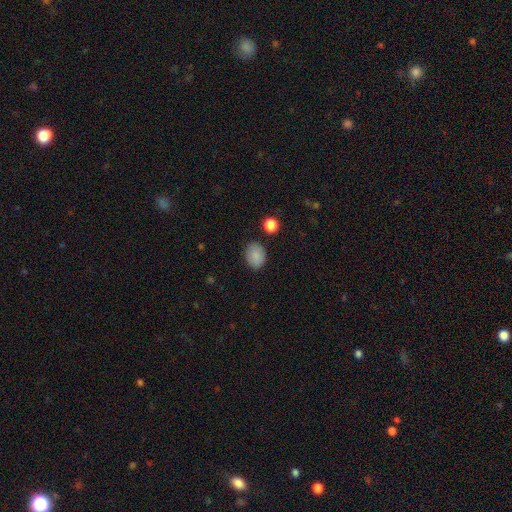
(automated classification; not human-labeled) smooth_or_featured: smooth (p=0.87) [alt: star or artifact p=0.08]
how_rounded: in between (p=0.60) [alt: round p=0.39]
merging: none (p=0.84) [alt: minor disturbance p=0.11]